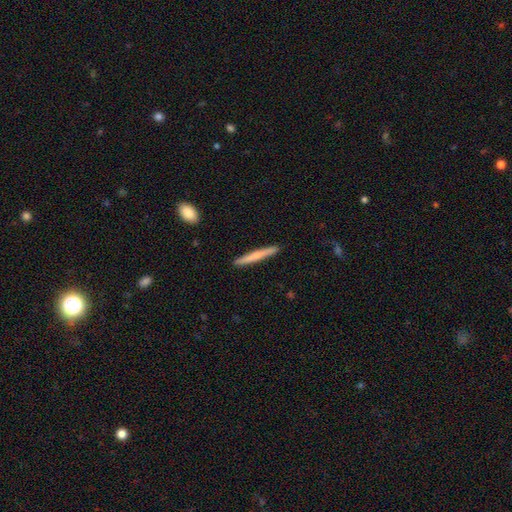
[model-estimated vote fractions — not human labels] A smooth galaxy with no disk features (65%) that is cigar-shaped (96%). Merging: none (91%).